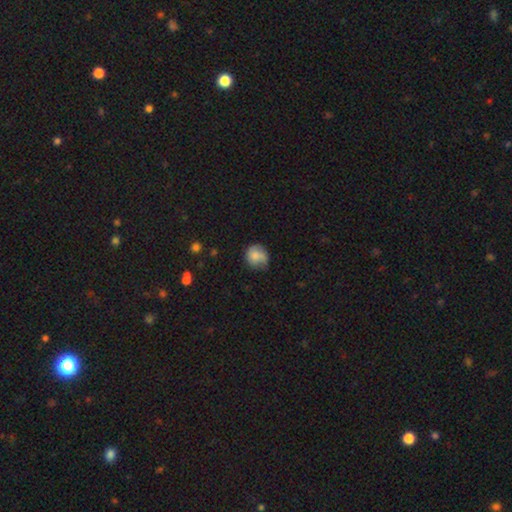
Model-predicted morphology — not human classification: This is likely a smooth galaxy (75%). How rounded: clearly round (80%). Merging: possibly none (59%).